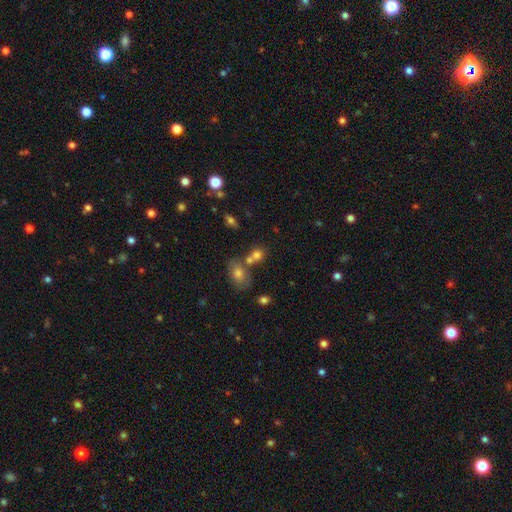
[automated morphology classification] A smooth galaxy with no disk features (70%) that is round (53%).

Vote fractions:
- Smooth or featured? smooth: 70% / star or artifact: 17% / featured or disk: 13%
- How rounded? round: 53% / in between: 45% / cigar-shaped: 2%
- Merging? none: 50% / merger: 35% / minor disturbance: 11% / major disturbance: 5%